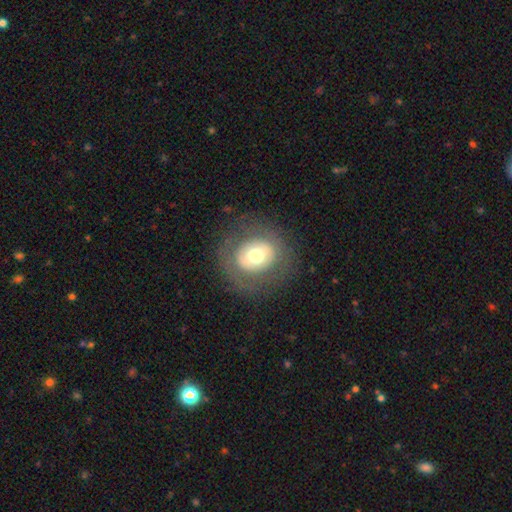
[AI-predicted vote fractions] Smooth or featured? Predicted: smooth (p=0.56). How rounded? Predicted: round (p=0.80). Merging? Predicted: none (p=0.80).